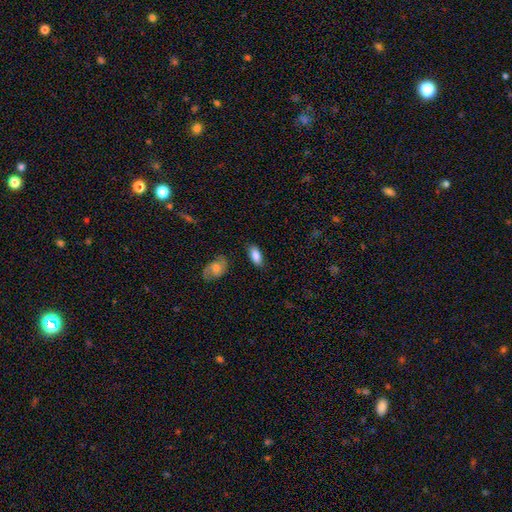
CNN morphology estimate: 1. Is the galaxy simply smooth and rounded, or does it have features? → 87% smooth, 7% featured or disk, 7% star or artifact.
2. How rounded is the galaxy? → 88% in between, 9% cigar-shaped, 2% round.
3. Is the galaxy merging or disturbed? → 83% none, 12% minor disturbance, 3% major disturbance, 2% merger.